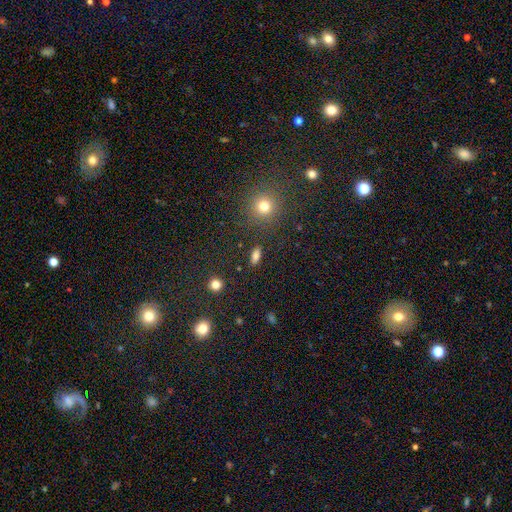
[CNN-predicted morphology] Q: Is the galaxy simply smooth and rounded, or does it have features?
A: smooth — 79%.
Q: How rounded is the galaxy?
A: in between — 79%.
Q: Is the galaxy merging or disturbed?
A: none — 88%.